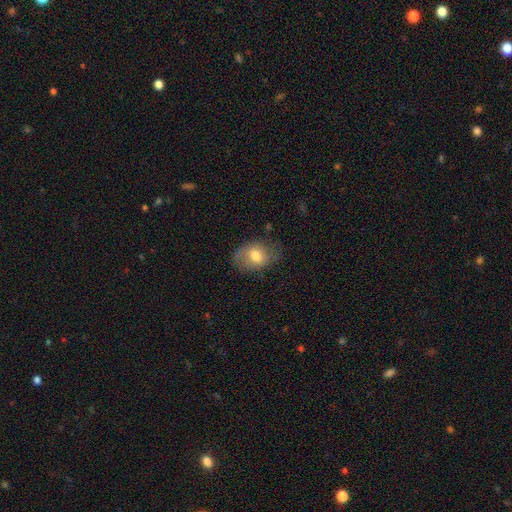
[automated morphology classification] smooth-or-featured: smooth: 65% | featured or disk: 27% | star or artifact: 8%
  how-rounded: in between: 74% | round: 25% | cigar-shaped: 1%
  merging: none: 63% | minor disturbance: 25% | major disturbance: 10% | merger: 1%